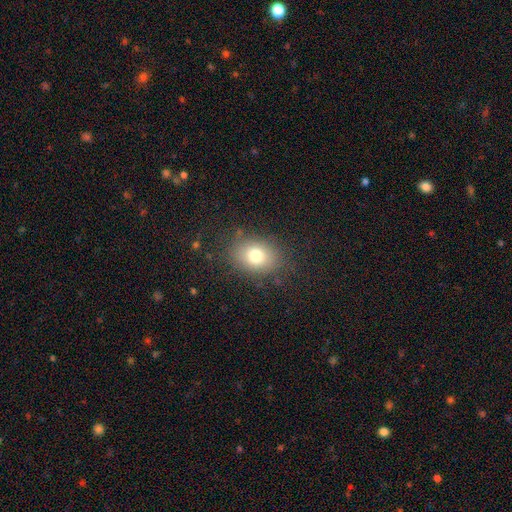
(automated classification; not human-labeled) Overall: smooth (76%). How rounded: in between (62%; round 37%). Merging: none (81%).